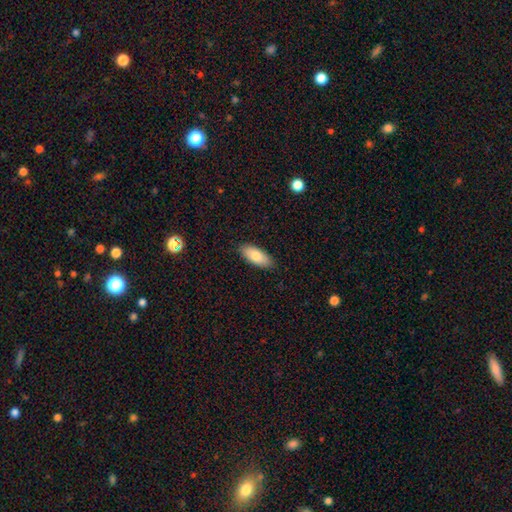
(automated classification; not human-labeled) A smooth galaxy with no disk features (79%) that is in between round and cigar-shaped (85%). Merging: none (88%).